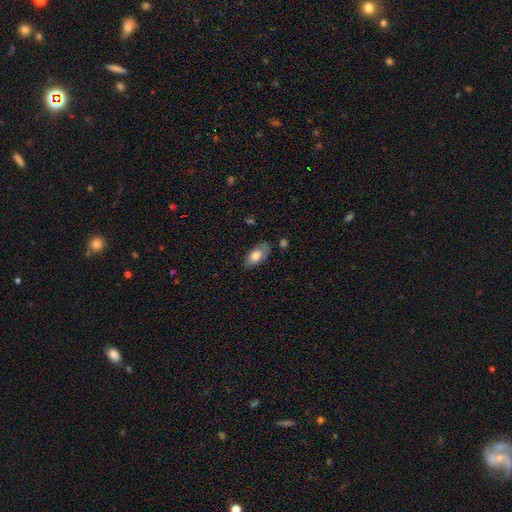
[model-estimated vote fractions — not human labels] The model was most divided on "merging": none: 74%, minor disturbance: 19%, major disturbance: 4%, merger: 3%. More confident: how rounded — in between (91%); smooth or featured — smooth (76%).